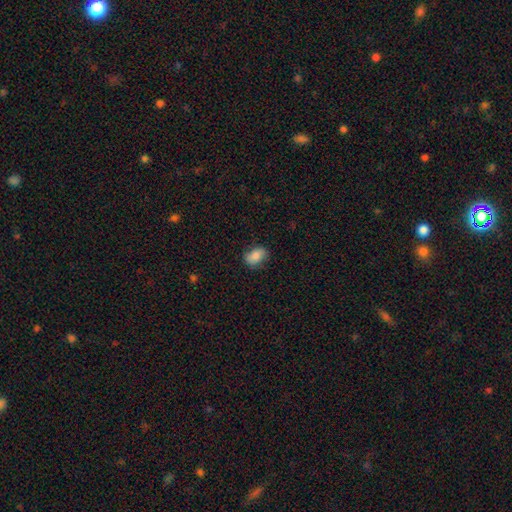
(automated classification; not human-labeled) A smooth galaxy with no disk features (86%) that is in between round and cigar-shaped (85%).

Vote fractions:
- Smooth or featured? smooth: 86% / star or artifact: 8% / featured or disk: 7%
- How rounded? in between: 85% / round: 14% / cigar-shaped: 2%
- Merging? none: 78% / minor disturbance: 17% / major disturbance: 4% / merger: 1%